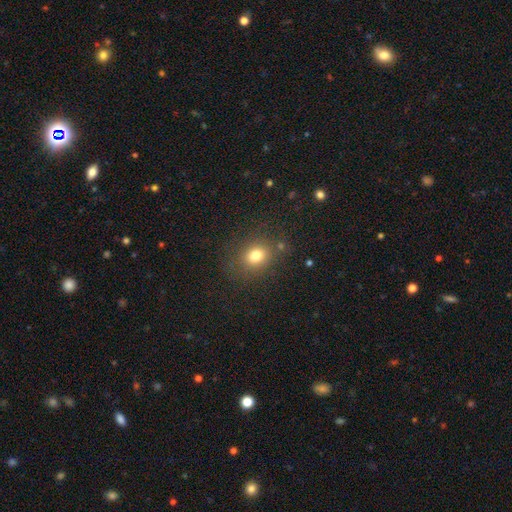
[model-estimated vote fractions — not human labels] Morphology: type=smooth (77%); roundness=round (60%); merging=none (81%).